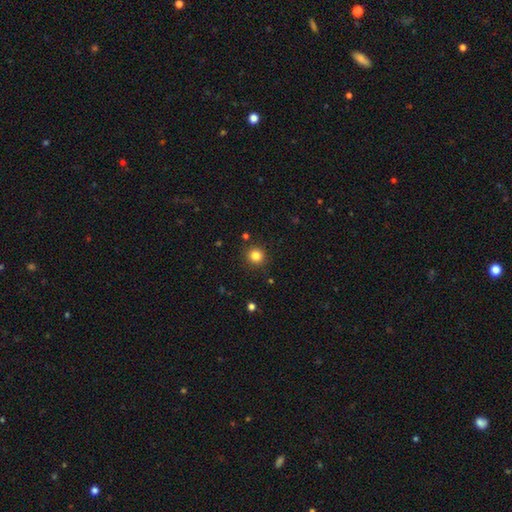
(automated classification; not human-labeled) smooth-or-featured: smooth: 83% | star or artifact: 12% | featured or disk: 5%
  how-rounded: round: 93% | in between: 6% | cigar-shaped: 1%
  merging: none: 90% | minor disturbance: 6% | major disturbance: 2% | merger: 2%